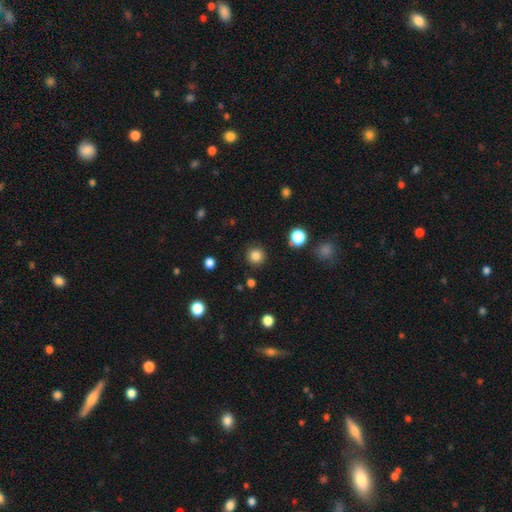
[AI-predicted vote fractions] A smooth galaxy with no disk features (84%) that is round (94%). Merging: none (90%).